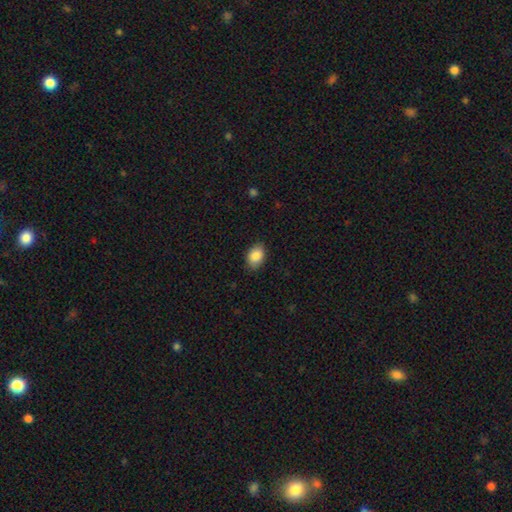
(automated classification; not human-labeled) Smooth or featured? smooth (88%)
How rounded? in between (84%)
Merging? none (85%)